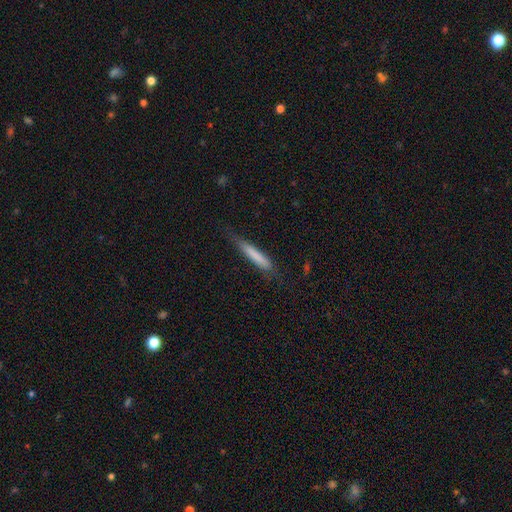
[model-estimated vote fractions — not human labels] Smooth or featured? smooth (74%)
How rounded? cigar-shaped (93%)
Merging? none (71%)